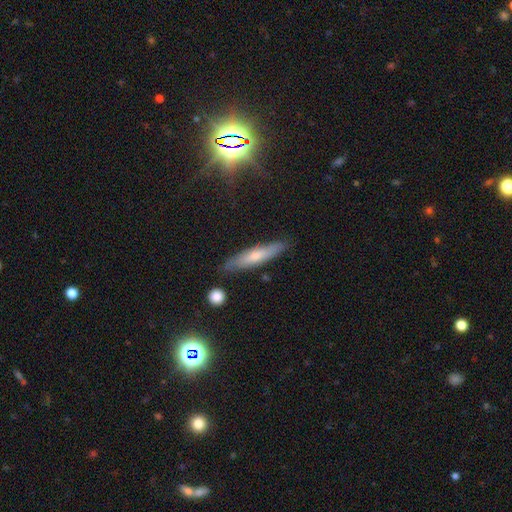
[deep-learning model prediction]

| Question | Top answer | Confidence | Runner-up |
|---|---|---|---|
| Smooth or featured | smooth | 59% | featured or disk (34%) |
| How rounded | cigar-shaped | 84% | in between (14%) |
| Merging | none | 84% | minor disturbance (12%) |